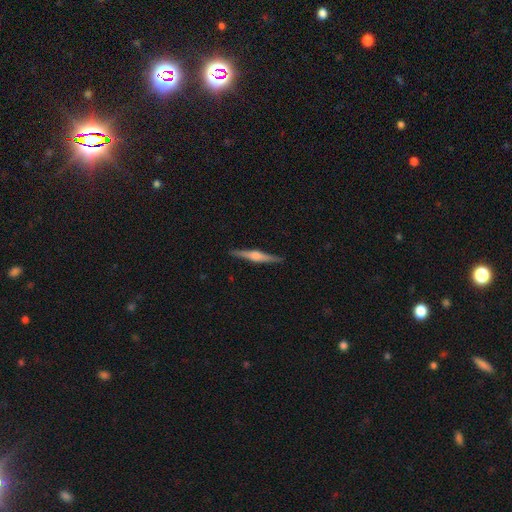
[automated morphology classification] smooth_or_featured: featured or disk (p=0.72) [alt: smooth p=0.22]
disk_edge_on: yes (p=0.98) [alt: no p=0.02]
edge_on_bulge: rounded (p=0.83) [alt: boxy p=0.12]
merging: none (p=0.91) [alt: minor disturbance p=0.06]